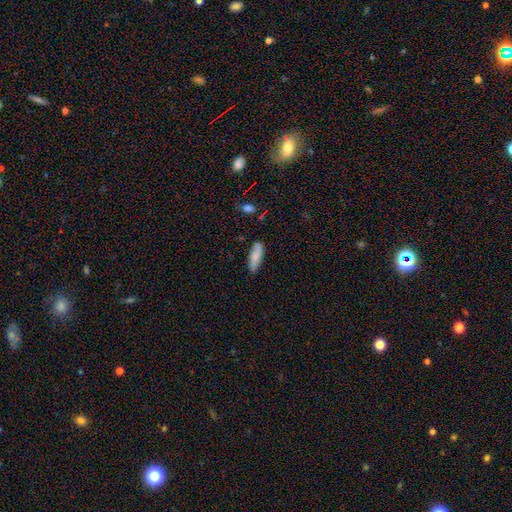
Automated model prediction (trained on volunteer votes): Smooth or featured? Predicted: smooth (p=0.79). How rounded? Predicted: in between (p=0.49, tied with cigar-shaped). Merging? Predicted: none (p=0.79).